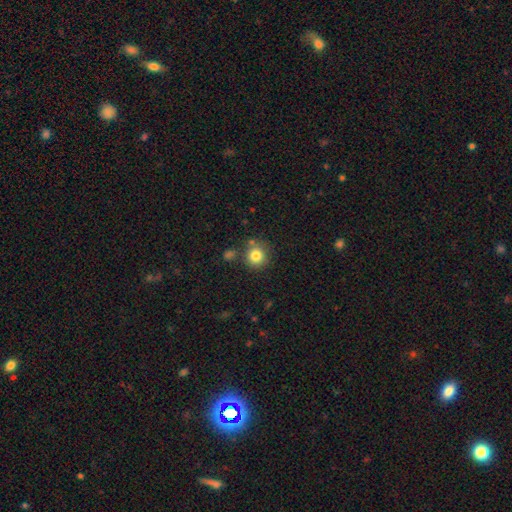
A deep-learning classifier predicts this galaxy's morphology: Smooth or featured?
  - smooth: 82% *
  - star or artifact: 11%
  - featured or disk: 7%
How rounded?
  - round: 90% *
  - in between: 9%
  - cigar-shaped: 1%
Merging?
  - none: 76% *
  - minor disturbance: 11%
  - merger: 10%
  - major disturbance: 4%